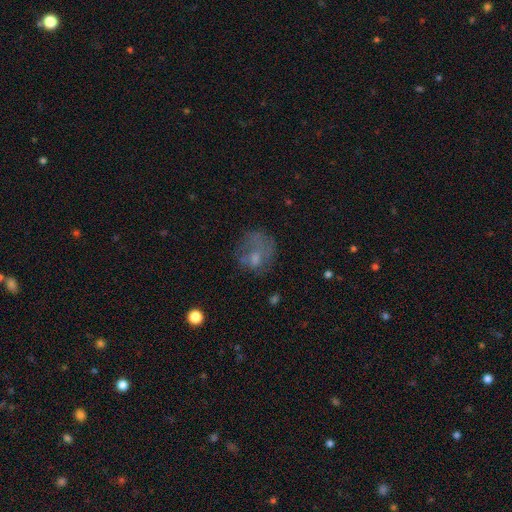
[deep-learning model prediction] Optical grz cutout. It shows a smooth galaxy with no disk features (53%) that is round (62%). Merging: none (38%).